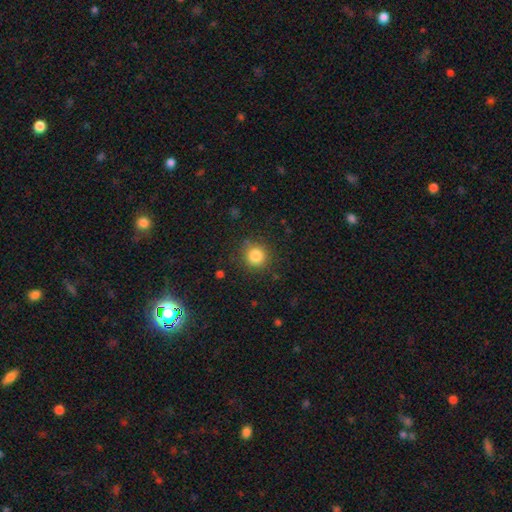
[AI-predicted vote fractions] Overall: smooth (83%). How rounded: round (92%). Merging: none (86%).